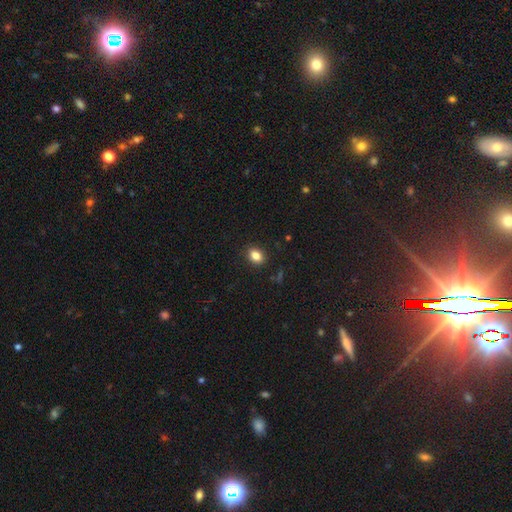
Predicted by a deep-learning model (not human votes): Overall: smooth (84%). How rounded: in between (66%; round 32%). Merging: none (88%).